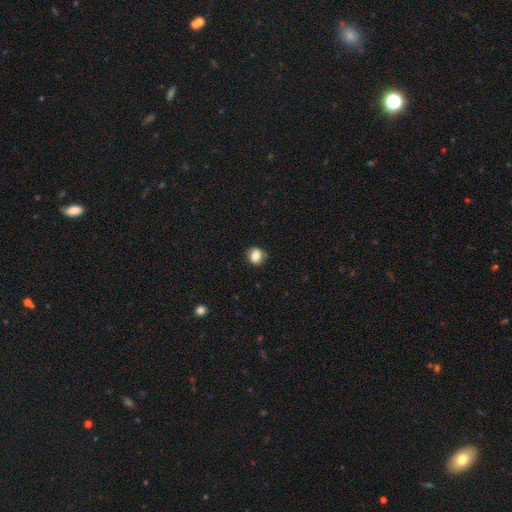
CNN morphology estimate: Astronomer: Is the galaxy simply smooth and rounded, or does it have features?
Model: smooth — 82%.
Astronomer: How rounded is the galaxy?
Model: round — 72%.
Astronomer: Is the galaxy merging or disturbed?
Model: none — 83%.